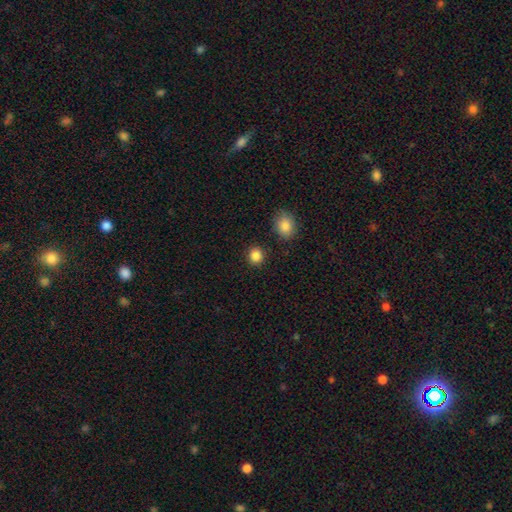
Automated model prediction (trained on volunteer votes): smooth_or_featured: smooth (p=0.86) [alt: star or artifact p=0.10]
how_rounded: round (p=0.84) [alt: in between p=0.15]
merging: none (p=0.89) [alt: minor disturbance p=0.06]